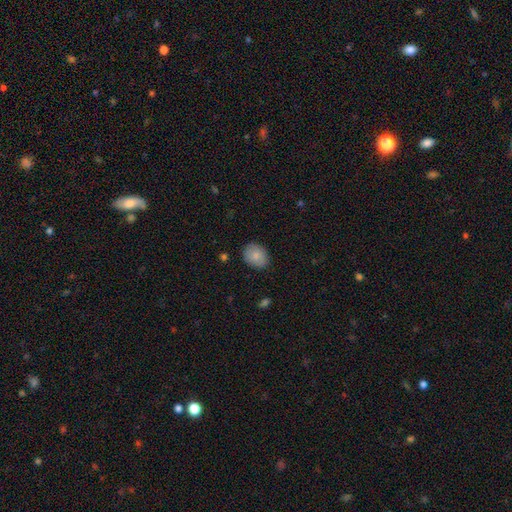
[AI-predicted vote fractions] Smooth or featured? Predicted: smooth (p=0.84). How rounded? Predicted: in between (p=0.62). Merging? Predicted: none (p=0.85).